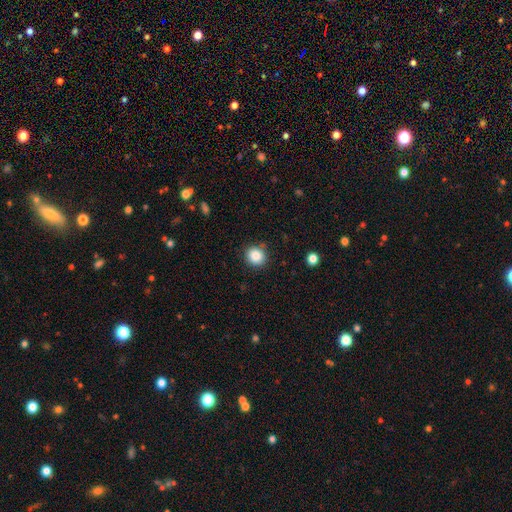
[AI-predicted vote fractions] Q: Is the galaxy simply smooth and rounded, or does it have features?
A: smooth — 86%.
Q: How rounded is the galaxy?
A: round — 85%.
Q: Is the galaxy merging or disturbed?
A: none — 87%.